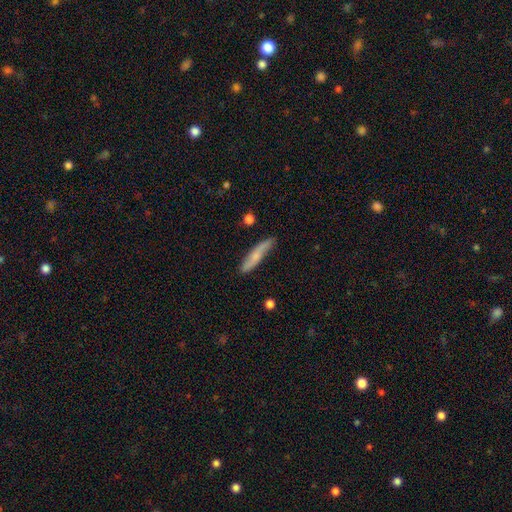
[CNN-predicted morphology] Smooth or featured?
  - smooth: 64% *
  - featured or disk: 30%
  - star or artifact: 6%
How rounded?
  - cigar-shaped: 88% *
  - in between: 10%
  - round: 2%
Merging?
  - none: 76% *
  - minor disturbance: 19%
  - major disturbance: 3%
  - merger: 2%